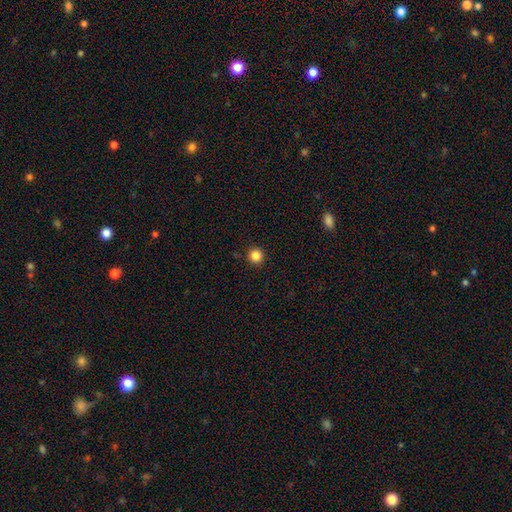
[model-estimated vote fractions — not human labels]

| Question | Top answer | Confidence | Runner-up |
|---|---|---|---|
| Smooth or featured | smooth | 85% | star or artifact (12%) |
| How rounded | round | 96% | in between (3%) |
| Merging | none | 93% | minor disturbance (4%) |